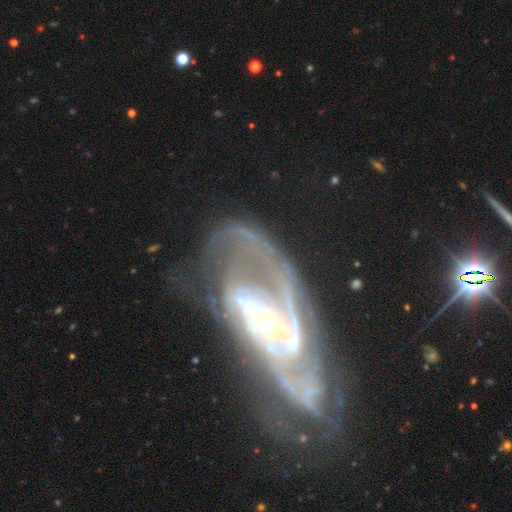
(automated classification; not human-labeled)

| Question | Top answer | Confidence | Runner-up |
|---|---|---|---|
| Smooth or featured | featured or disk | 89% | star or artifact (6%) |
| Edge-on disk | no | 94% | yes (6%) |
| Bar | no | 59% | weak (27%) |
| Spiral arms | yes | 94% | no (6%) |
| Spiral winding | tight | 44% | medium (42%) |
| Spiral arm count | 2 | 52% | can't tell (18%) |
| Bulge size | small | 60% | moderate (34%) |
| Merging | none | 47% | major disturbance (26%) |